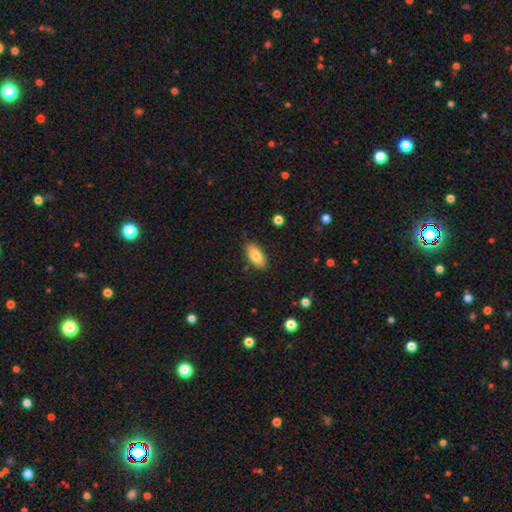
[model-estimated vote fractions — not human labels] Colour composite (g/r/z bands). It shows a smooth galaxy with no disk features (80%) that is in between round and cigar-shaped (91%). Merging: none (87%).